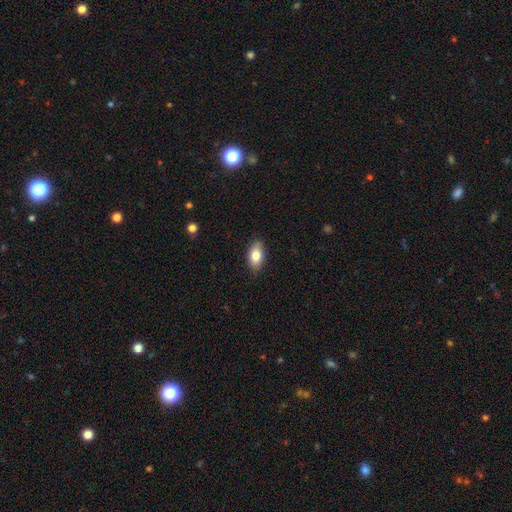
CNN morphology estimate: Q: Smooth or featured?
A: smooth (82%); runner-up: featured or disk (11%)
Q: How rounded?
A: in between (91%); runner-up: round (6%)
Q: Merging?
A: none (85%); runner-up: minor disturbance (12%)